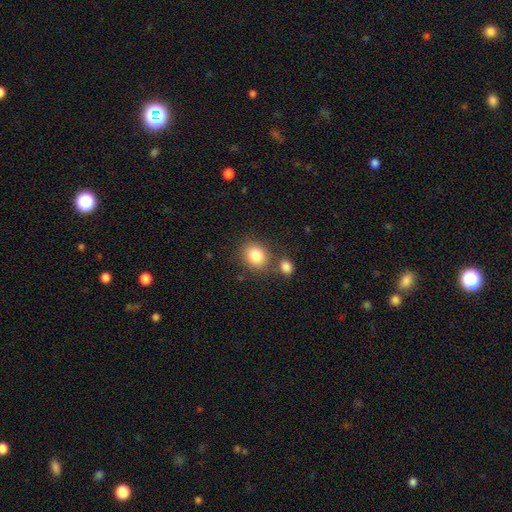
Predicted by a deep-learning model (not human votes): A smooth galaxy with no disk features (84%) that is round (66%).

Vote fractions:
- Smooth or featured? smooth: 84% / star or artifact: 9% / featured or disk: 7%
- How rounded? round: 66% / in between: 33% / cigar-shaped: 1%
- Merging? none: 71% / merger: 14% / minor disturbance: 11% / major disturbance: 4%